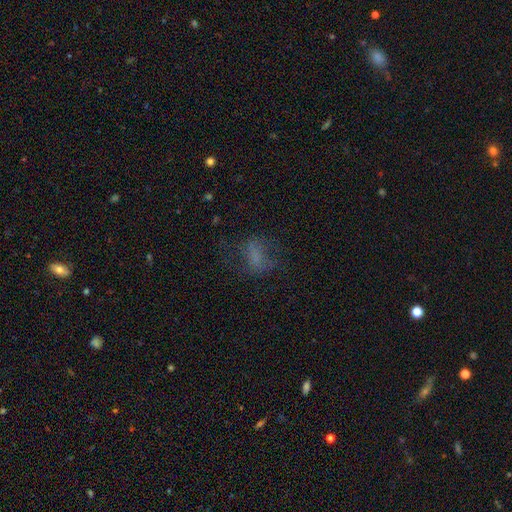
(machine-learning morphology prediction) Smooth or featured? smooth (50%)
Merging? none (52%)